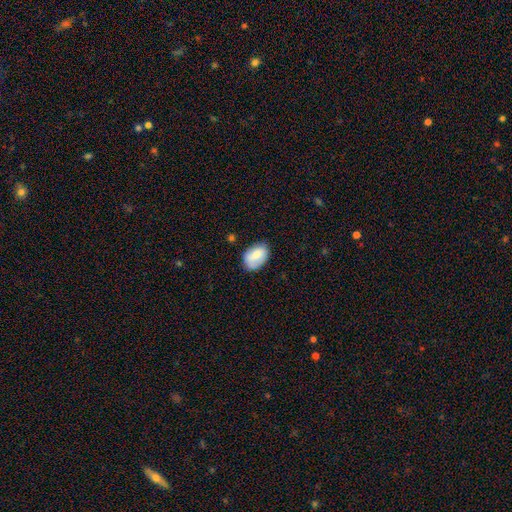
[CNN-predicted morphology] This is likely a smooth galaxy (78%). How rounded: clearly in between (87%). Merging: likely none (68%).